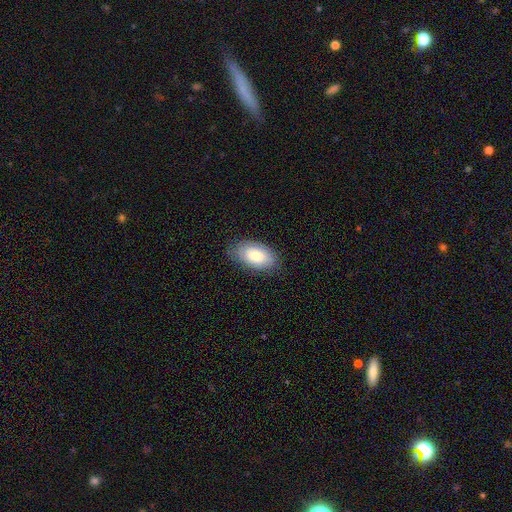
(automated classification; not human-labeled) This appears to be a smooth galaxy with no disk features (77%) that is in between round and cigar-shaped (94%). Merging: none (79%).